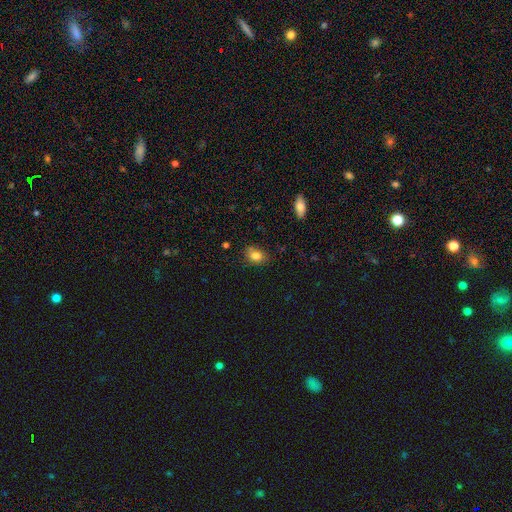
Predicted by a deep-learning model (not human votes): smooth_or_featured: smooth (p=0.82) [alt: star or artifact p=0.10]
how_rounded: in between (p=0.68) [alt: round p=0.30]
merging: none (p=0.78) [alt: minor disturbance p=0.17]